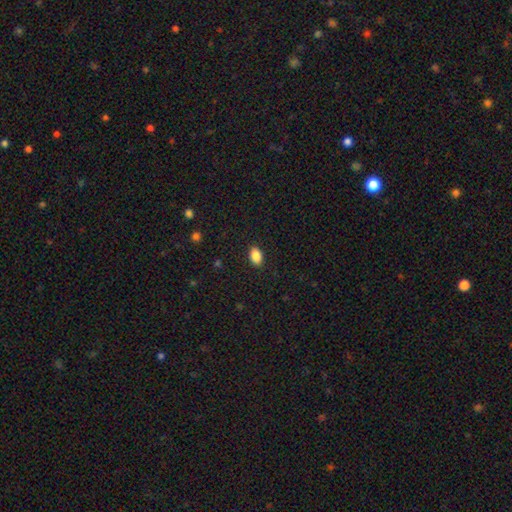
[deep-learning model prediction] A smooth galaxy with no disk features (86%) that is in between round and cigar-shaped (87%).

Vote fractions:
- Smooth or featured? smooth: 86% / star or artifact: 8% / featured or disk: 5%
- How rounded? in between: 87% / round: 11% / cigar-shaped: 1%
- Merging? none: 89% / minor disturbance: 8% / major disturbance: 2% / merger: 1%